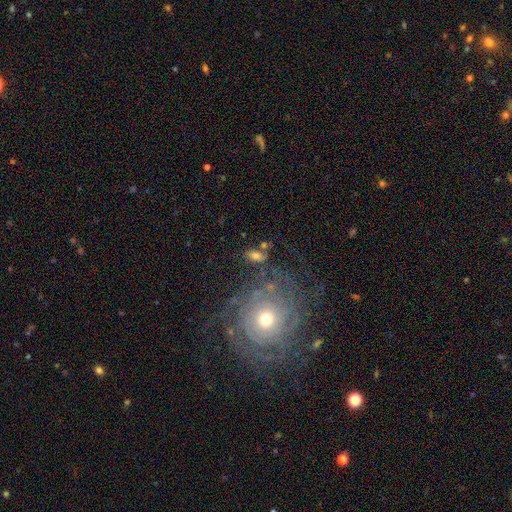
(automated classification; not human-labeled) A smooth galaxy with no disk features (57%) that is in between round and cigar-shaped (84%). Merging: none (61%).